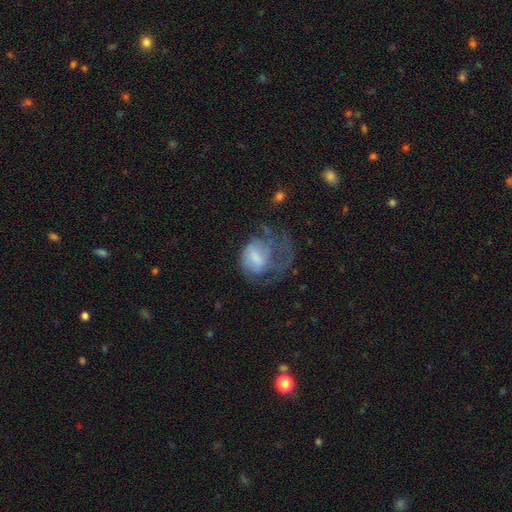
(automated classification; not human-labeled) This appears to be a featured or disk galaxy (48%). Merging: major disturbance (57%).